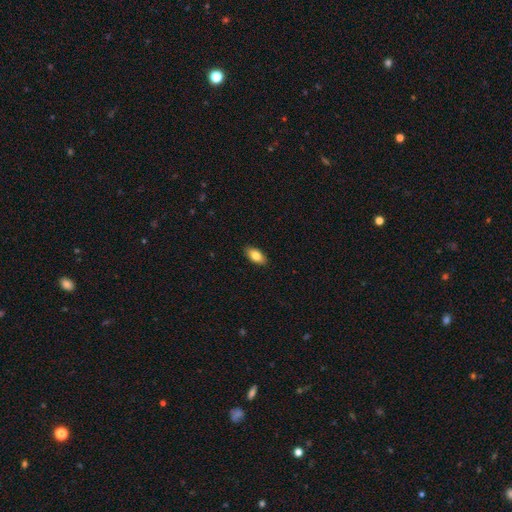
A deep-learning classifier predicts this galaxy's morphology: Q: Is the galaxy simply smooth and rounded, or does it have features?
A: smooth — 82%.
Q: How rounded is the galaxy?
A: in between — 91%.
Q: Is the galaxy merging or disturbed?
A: none — 90%.